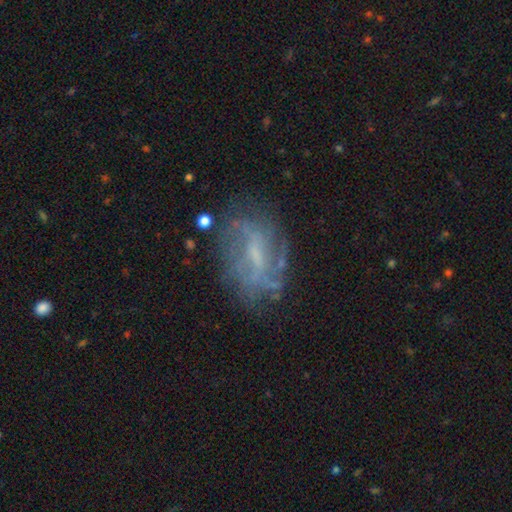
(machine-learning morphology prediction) Smooth or featured? Predicted: featured or disk (p=0.70). Edge-on disk? Predicted: no (p=0.95). Bar? Predicted: weak (p=0.48). Spiral arms? Predicted: yes (p=0.68). Bulge size? Predicted: small (p=0.41). Merging? Predicted: none (p=0.62).